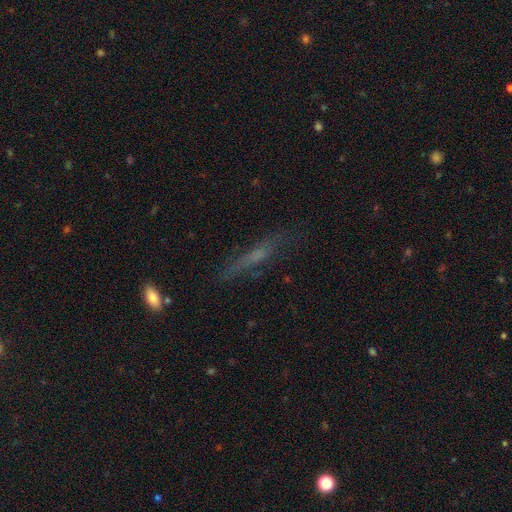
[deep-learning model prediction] Overall: featured or disk (45%; smooth 37%). Merging: none (69%).